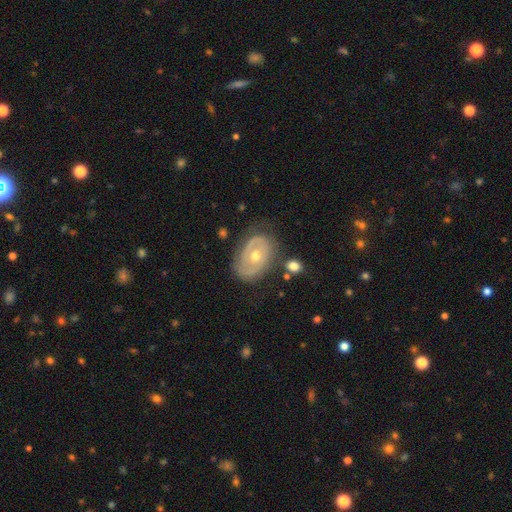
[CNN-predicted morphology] Smooth or featured? Predicted: featured or disk (p=0.72). Edge-on disk? Predicted: no (p=0.95). Bar? Predicted: no (p=0.76). Spiral arms? Predicted: yes (p=0.55). Bulge size? Predicted: moderate (p=0.70). Merging? Predicted: none (p=0.71).